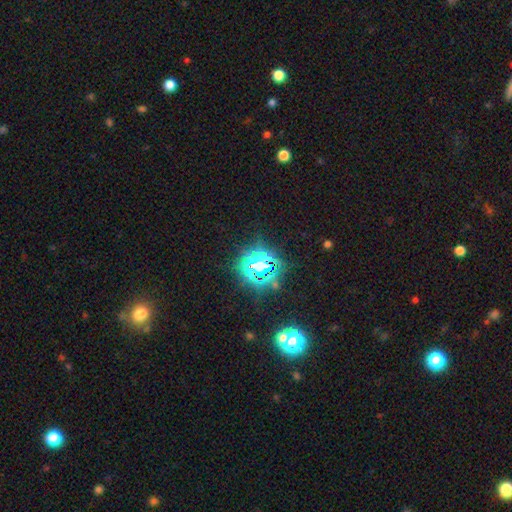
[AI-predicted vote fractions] This is likely a star or artifact rather than a galaxy (74%).